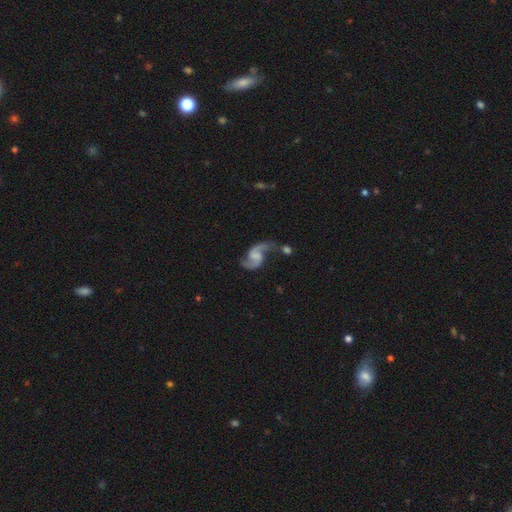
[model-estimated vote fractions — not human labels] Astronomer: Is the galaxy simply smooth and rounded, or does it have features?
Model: featured or disk — 90%.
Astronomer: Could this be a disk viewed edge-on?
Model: no — 98%.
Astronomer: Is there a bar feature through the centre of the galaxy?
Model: weak — 49% (runner-up: no, 36%).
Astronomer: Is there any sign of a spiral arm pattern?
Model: yes — 97%.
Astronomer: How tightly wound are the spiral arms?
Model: loose — 58% (runner-up: medium, 35%).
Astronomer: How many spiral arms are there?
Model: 2 — 93%.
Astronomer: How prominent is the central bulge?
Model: none — 51% (runner-up: small, 27%).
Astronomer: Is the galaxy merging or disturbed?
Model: none — 56%.